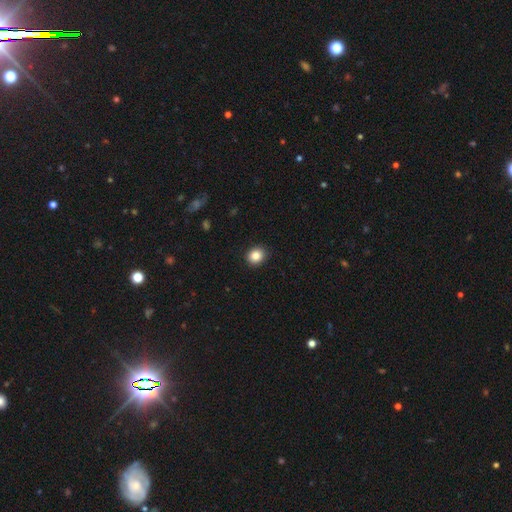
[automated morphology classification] A smooth galaxy with no disk features (86%) that is round (70%). Merging: none (91%).